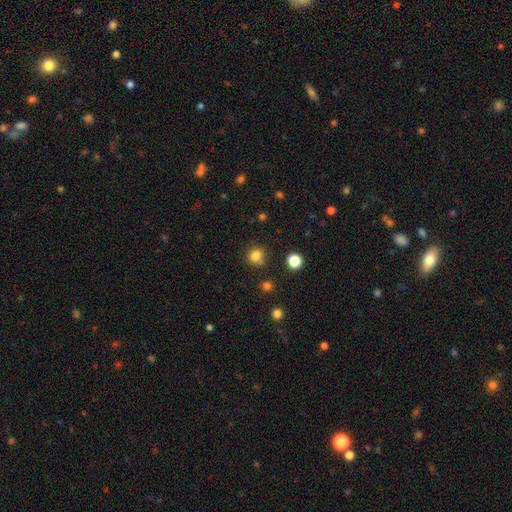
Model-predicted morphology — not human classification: Smooth or featured? Predicted: smooth (p=0.82). How rounded? Predicted: round (p=0.91). Merging? Predicted: none (p=0.80).